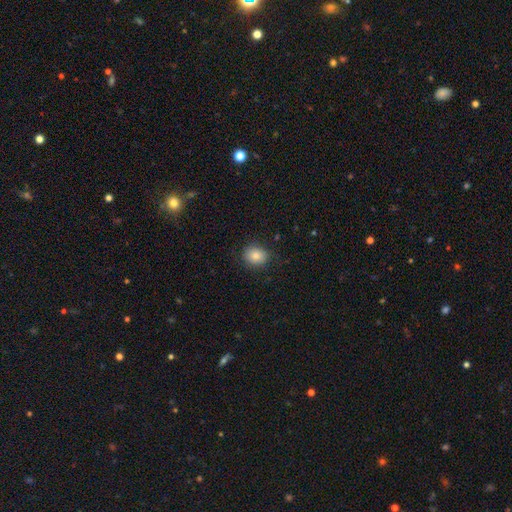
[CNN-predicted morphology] The model was most divided on "how rounded": round: 62%, in between: 38%, cigar-shaped: 1%. More confident: merging — none (85%); smooth or featured — smooth (84%).